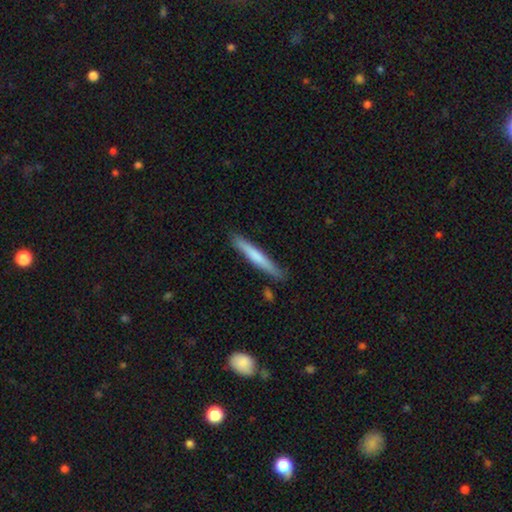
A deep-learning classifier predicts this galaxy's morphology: Q: Smooth or featured?
A: smooth (65%); runner-up: featured or disk (30%)
Q: How rounded?
A: cigar-shaped (96%); runner-up: in between (3%)
Q: Merging?
A: none (86%); runner-up: minor disturbance (10%)